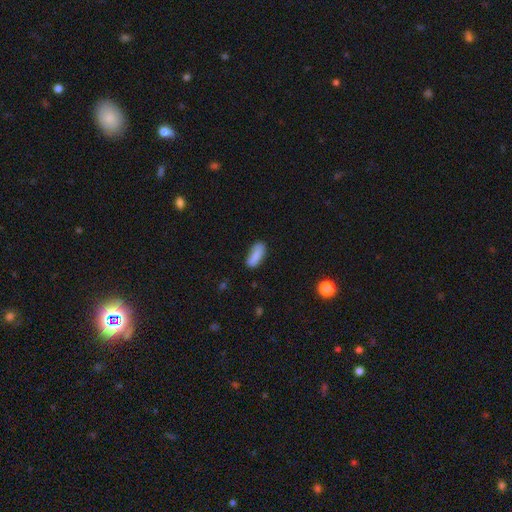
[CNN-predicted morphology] This appears to be a smooth galaxy with no disk features (86%) that is in between round and cigar-shaped (71%). Merging: none (77%).